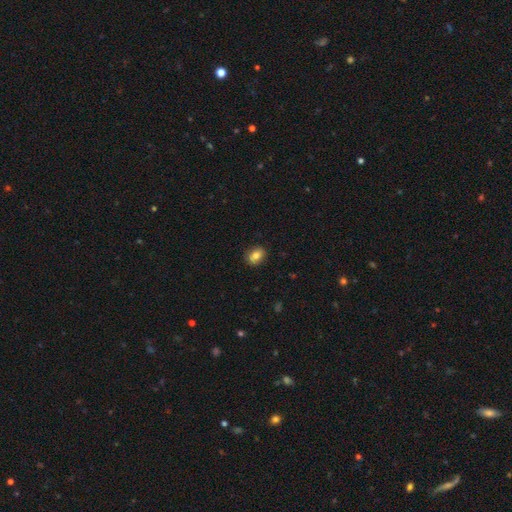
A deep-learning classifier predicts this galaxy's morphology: Smooth or featured? Predicted: smooth (p=0.80). How rounded? Predicted: in between (p=0.67). Merging? Predicted: none (p=0.87).